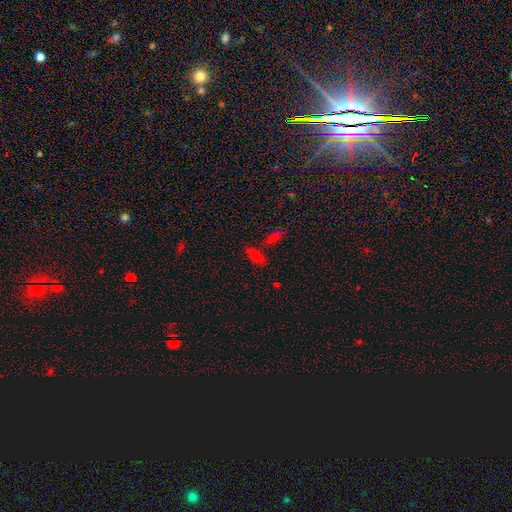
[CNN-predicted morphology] Q: Smooth or featured?
A: smooth (67%); runner-up: star or artifact (23%)
Q: How rounded?
A: in between (57%); runner-up: cigar-shaped (38%)
Q: Merging?
A: none (65%); runner-up: merger (17%)